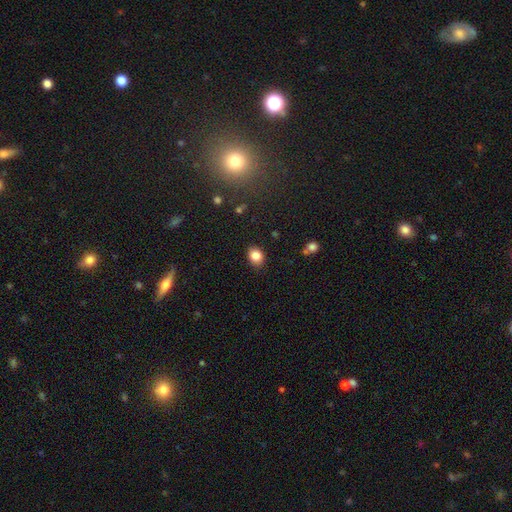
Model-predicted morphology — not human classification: The model was most divided on "how rounded": round: 50%, in between: 49%, cigar-shaped: 1%. More confident: merging — none (87%); smooth or featured — smooth (85%).